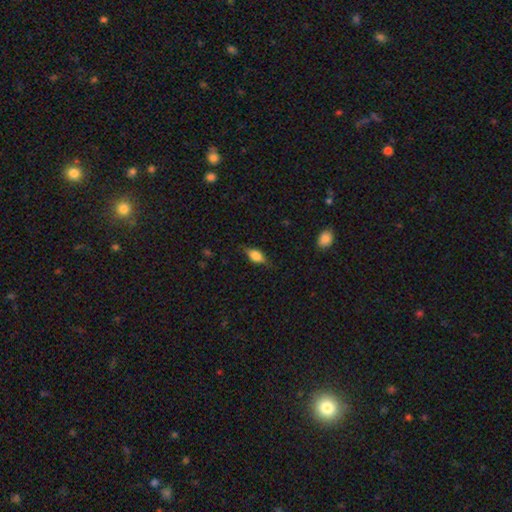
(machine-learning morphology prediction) Smooth or featured?
  - smooth: 61% *
  - featured or disk: 31%
  - star or artifact: 9%
How rounded?
  - in between: 78% *
  - cigar-shaped: 13%
  - round: 9%
Merging?
  - none: 75% *
  - minor disturbance: 19%
  - major disturbance: 5%
  - merger: 1%